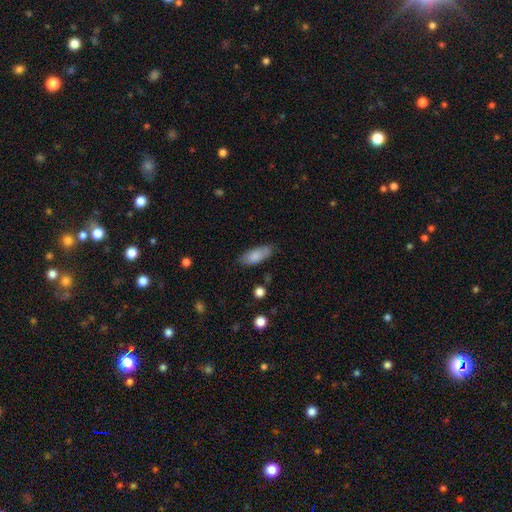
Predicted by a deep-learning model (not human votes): Smooth or featured? Predicted: smooth (p=0.82). How rounded? Predicted: in between (p=0.80). Merging? Predicted: none (p=0.78).